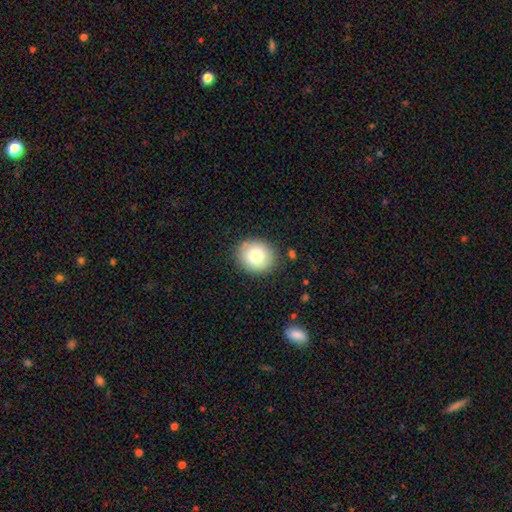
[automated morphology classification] smooth-or-featured: smooth: 78% | featured or disk: 12% | star or artifact: 9%
  how-rounded: round: 78% | in between: 22% | cigar-shaped: 1%
  merging: none: 87% | minor disturbance: 9% | major disturbance: 2% | merger: 2%